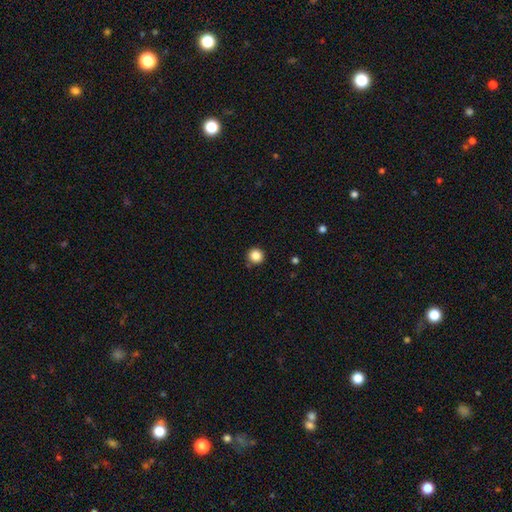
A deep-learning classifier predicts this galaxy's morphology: Smooth or featured? Predicted: smooth (p=0.85). How rounded? Predicted: round (p=0.95). Merging? Predicted: none (p=0.87).